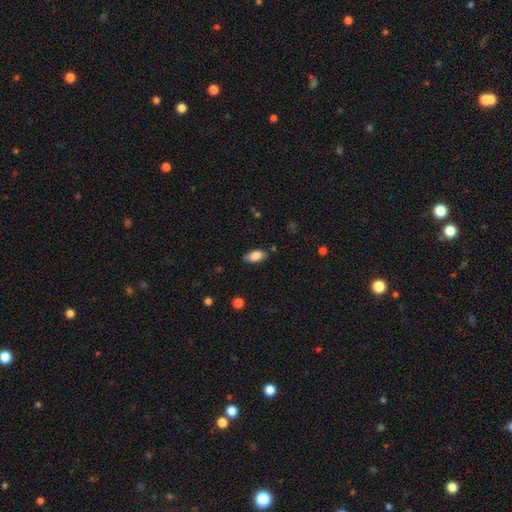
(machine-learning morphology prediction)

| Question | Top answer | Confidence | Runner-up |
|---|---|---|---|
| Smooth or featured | smooth | 79% | featured or disk (13%) |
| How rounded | in between | 89% | cigar-shaped (8%) |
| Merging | none | 79% | minor disturbance (16%) |